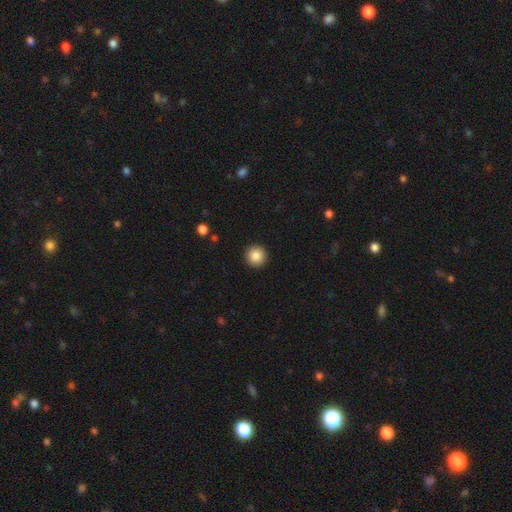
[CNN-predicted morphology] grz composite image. It shows a smooth galaxy with no disk features (86%) that is round (96%). Merging: none (93%).